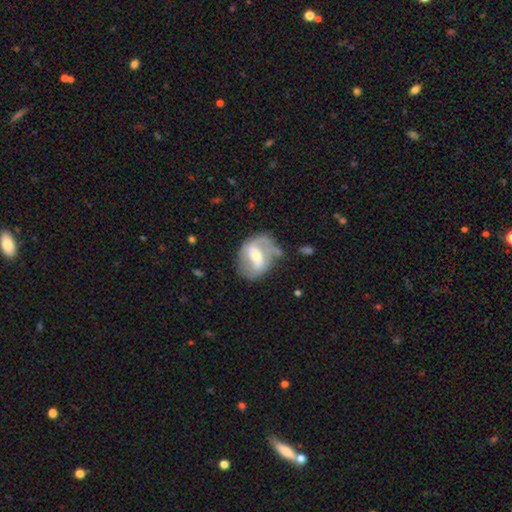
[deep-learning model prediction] The model was most divided on "bar": weak: 43%, strong: 35%, no: 22%. Remaining: edge-on disk — no (97%); spiral arms — yes (80%); spiral arm count — 2 (78%); smooth or featured — featured or disk (75%); merging — none (57%); bulge size — moderate (54%); spiral winding — medium (46%).